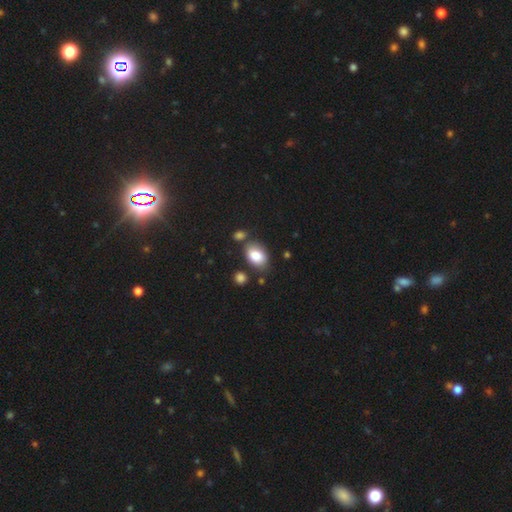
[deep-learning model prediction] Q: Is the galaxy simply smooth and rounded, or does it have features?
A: smooth — 84%.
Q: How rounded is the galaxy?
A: in between — 86%.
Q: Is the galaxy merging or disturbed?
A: none — 68%.